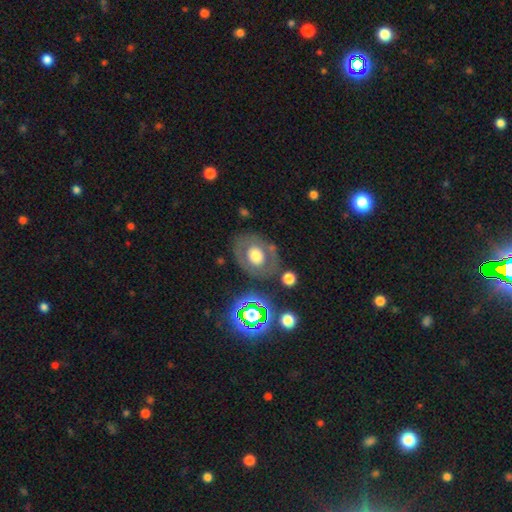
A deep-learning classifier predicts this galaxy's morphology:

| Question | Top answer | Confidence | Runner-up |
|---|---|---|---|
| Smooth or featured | smooth | 45% | featured or disk (44%) |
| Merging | none | 75% | minor disturbance (13%) |